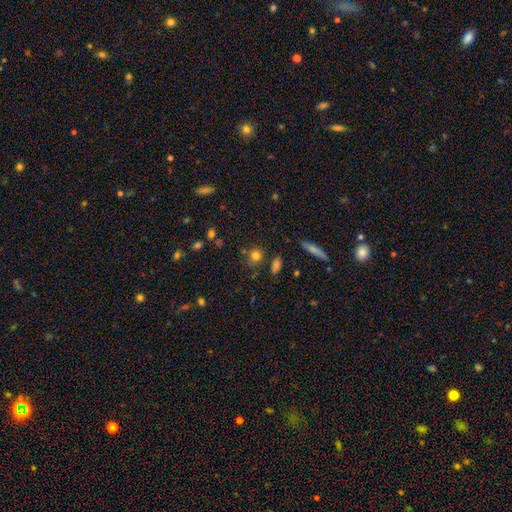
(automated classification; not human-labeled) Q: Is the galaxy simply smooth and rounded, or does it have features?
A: smooth — 79%.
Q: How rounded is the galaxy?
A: round — 72%.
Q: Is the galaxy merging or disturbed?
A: none — 72%.